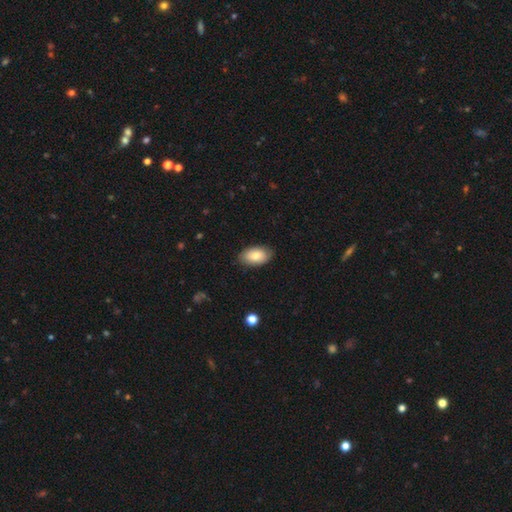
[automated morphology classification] This appears to be a smooth galaxy with no disk features (81%) that is in between round and cigar-shaped (94%). Merging: none (83%).